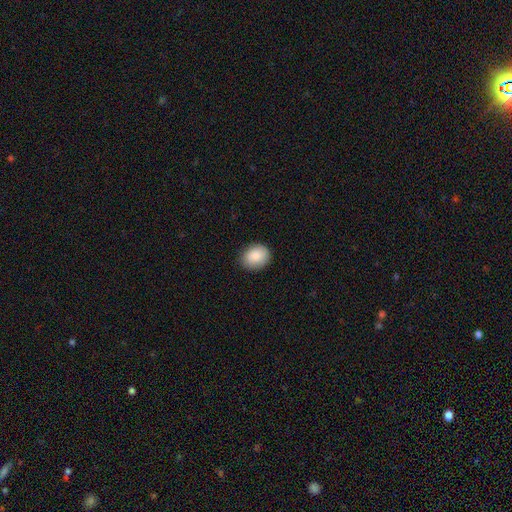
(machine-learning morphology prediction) Smooth or featured?
  - smooth: 88% *
  - star or artifact: 7%
  - featured or disk: 5%
How rounded?
  - in between: 56% *
  - round: 43%
  - cigar-shaped: 1%
Merging?
  - none: 85% *
  - minor disturbance: 12%
  - major disturbance: 2%
  - merger: 1%